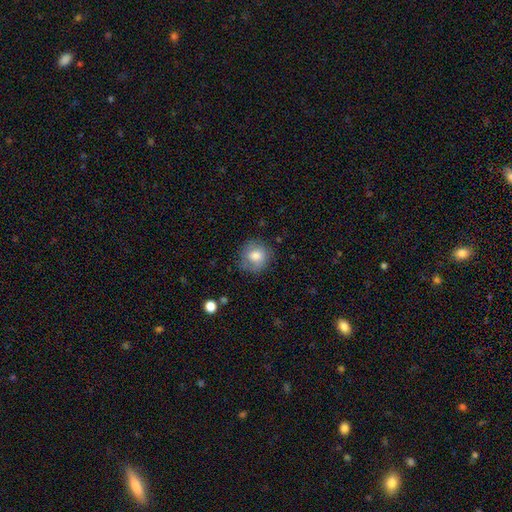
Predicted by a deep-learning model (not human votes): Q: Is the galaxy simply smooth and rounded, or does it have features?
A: smooth — 72%.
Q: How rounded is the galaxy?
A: round — 85%.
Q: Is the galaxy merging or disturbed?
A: none — 74%.